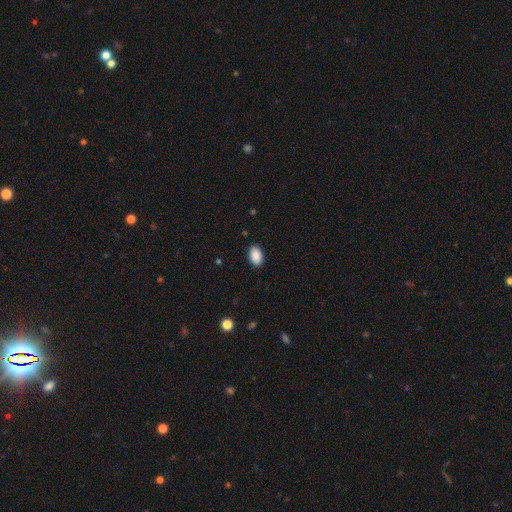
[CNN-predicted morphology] Smooth or featured?
  - smooth: 90% *
  - star or artifact: 7%
  - featured or disk: 3%
How rounded?
  - in between: 92% *
  - round: 7%
  - cigar-shaped: 1%
Merging?
  - none: 88% *
  - minor disturbance: 9%
  - major disturbance: 2%
  - merger: 1%